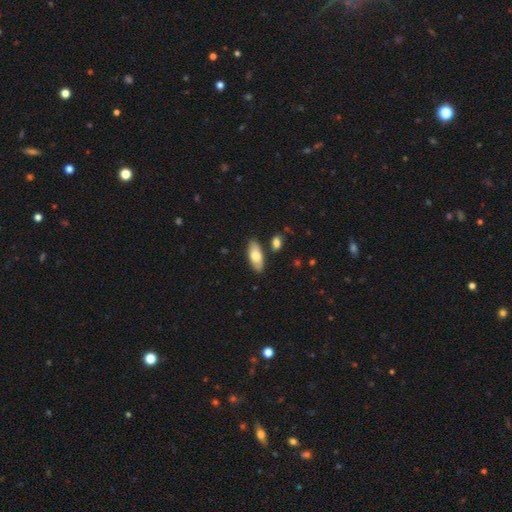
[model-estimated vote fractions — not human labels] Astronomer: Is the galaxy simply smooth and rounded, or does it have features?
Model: smooth — 76%.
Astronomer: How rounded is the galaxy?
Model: in between — 84%.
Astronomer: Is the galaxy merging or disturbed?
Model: none — 82%.